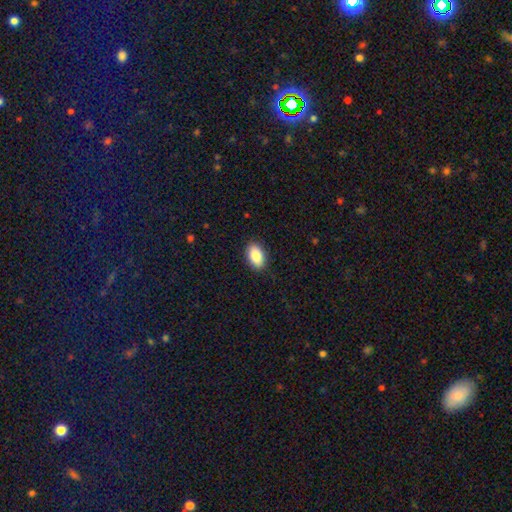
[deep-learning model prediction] Smooth or featured: smooth — 87% (star or artifact — 7%)
How rounded: in between — 92% (round — 6%)
Merging: none — 89% (minor disturbance — 8%)